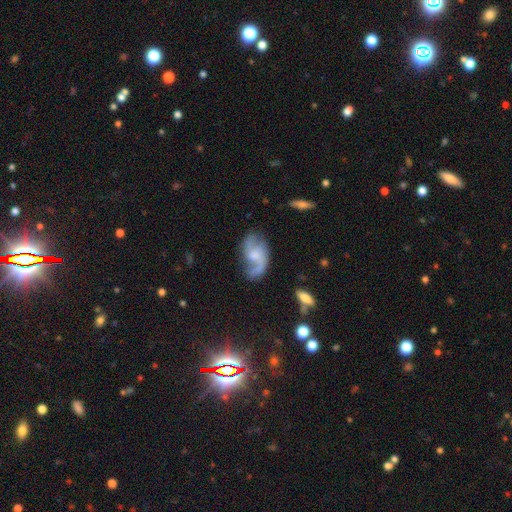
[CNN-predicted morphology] The model was most divided on "bulge size": small: 38%, moderate: 34%, none: 22%, large: 5%, dominant: 1%. More confident: edge-on disk — no (97%); spiral arms — yes (94%); spiral arm count — 2 (81%); smooth or featured — featured or disk (79%); merging — none (59%); spiral winding — loose (57%); bar — no (52%).